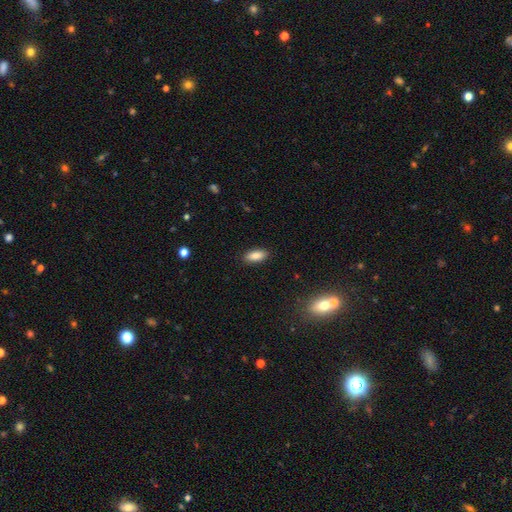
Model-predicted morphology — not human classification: The model was most divided on "how rounded": in between: 82%, cigar-shaped: 15%, round: 2%. More confident: merging — none (89%); smooth or featured — smooth (87%).